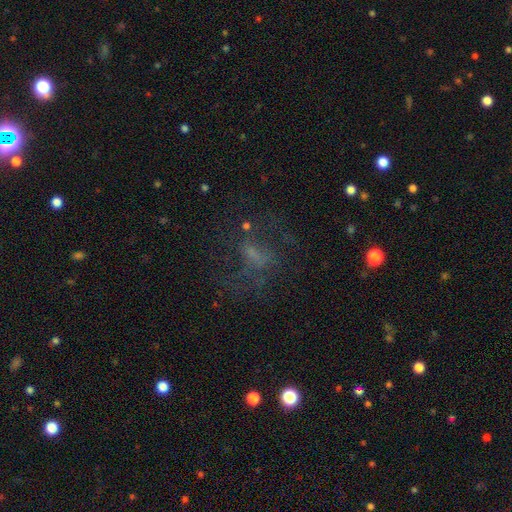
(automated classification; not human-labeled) This appears to be a featured or disk galaxy (43%). Merging: none (46%).